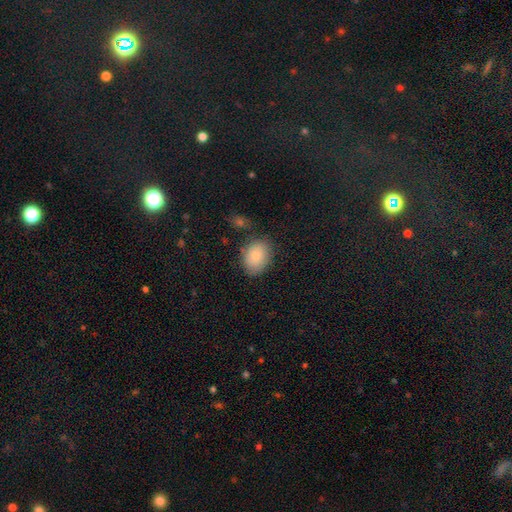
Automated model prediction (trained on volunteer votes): smooth_or_featured: smooth (p=0.84) [alt: featured or disk p=0.09]
how_rounded: in between (p=0.64) [alt: round p=0.35]
merging: none (p=0.75) [alt: minor disturbance p=0.16]